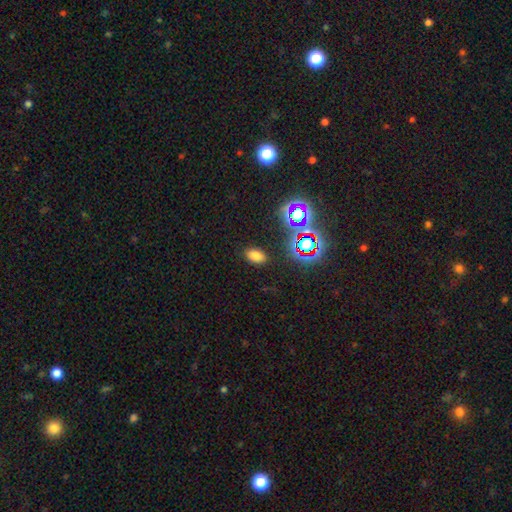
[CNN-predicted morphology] type=smooth (73%); roundness=in between (88%); merging=none (87%).